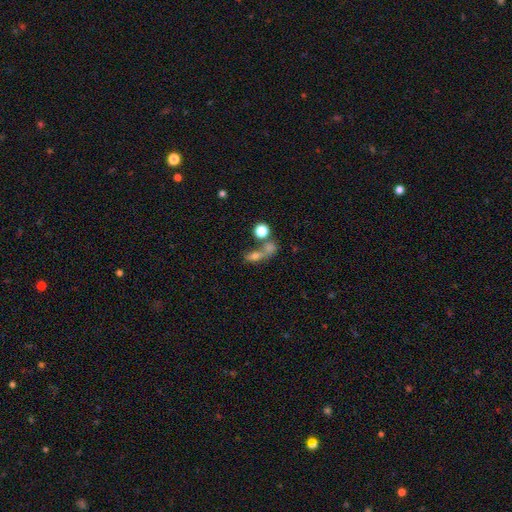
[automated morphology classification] The model was most divided on "merging": merger: 45%, none: 30%, major disturbance: 14%, minor disturbance: 11%. More confident: smooth or featured — smooth (60%); how rounded — in between (51%).